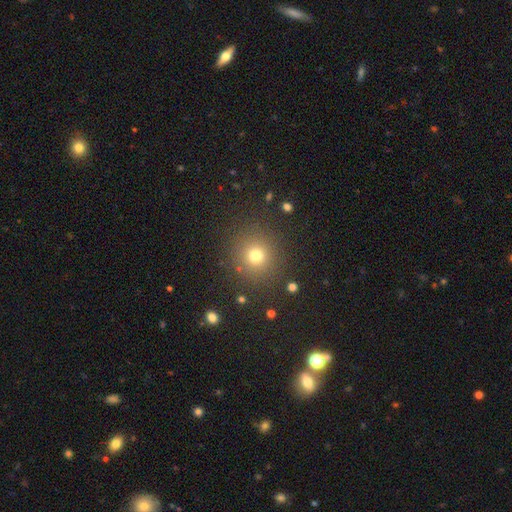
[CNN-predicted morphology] Smooth or featured: smooth — 74% (star or artifact — 19%)
How rounded: round — 92% (in between — 7%)
Merging: none — 88% (minor disturbance — 7%)